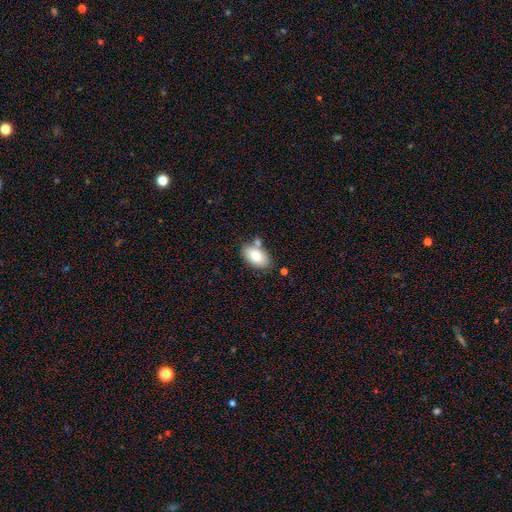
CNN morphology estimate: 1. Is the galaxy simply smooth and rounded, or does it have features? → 78% smooth, 15% featured or disk, 7% star or artifact.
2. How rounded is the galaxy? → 93% in between, 6% round, 2% cigar-shaped.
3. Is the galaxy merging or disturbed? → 68% none, 15% minor disturbance, 14% merger, 3% major disturbance.